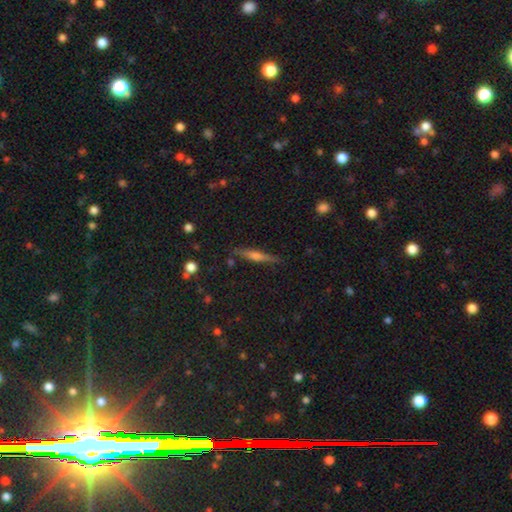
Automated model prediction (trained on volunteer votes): This is likely a featured or disk galaxy (61%). It is clearly viewed edge-on (97%). Edge-on bulge: likely rounded (78%). Merging: clearly none (88%).